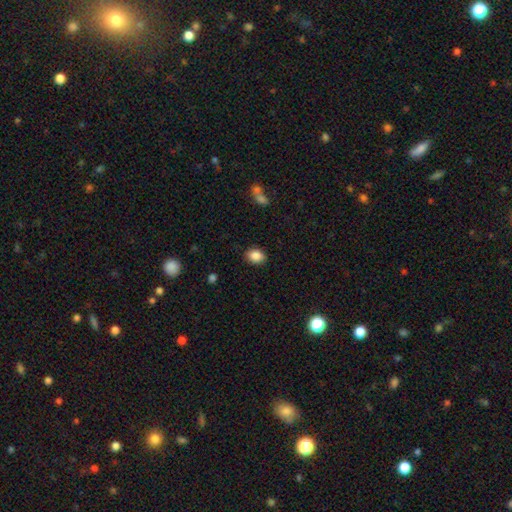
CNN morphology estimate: The model was most divided on "how rounded": in between: 66%, round: 33%, cigar-shaped: 1%. More confident: smooth or featured — smooth (87%); merging — none (86%).